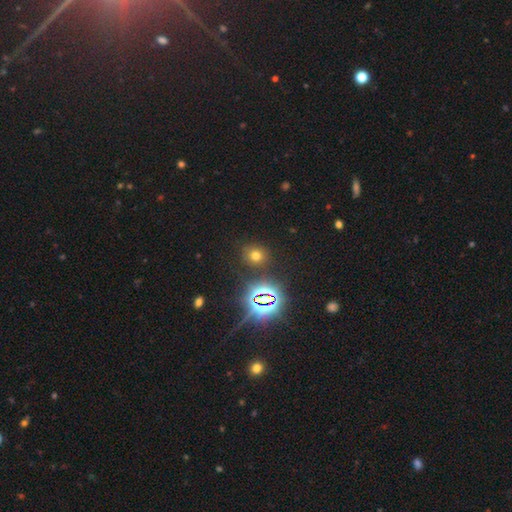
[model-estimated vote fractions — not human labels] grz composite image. It shows a smooth galaxy with no disk features (60%) that is round (77%). Merging: none (84%).